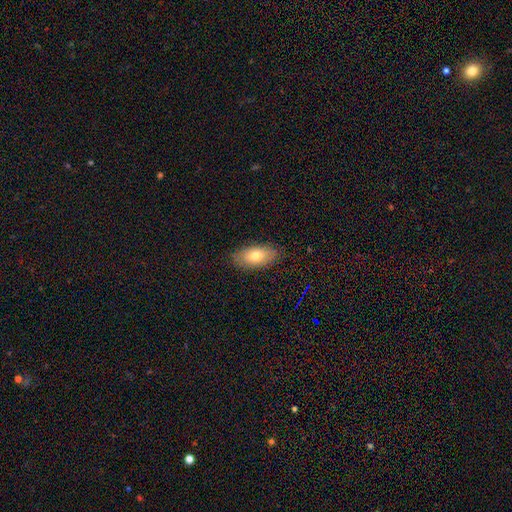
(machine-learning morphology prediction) Smooth or featured: smooth — 74% (featured or disk — 18%)
How rounded: in between — 91% (round — 5%)
Merging: none — 85% (minor disturbance — 11%)